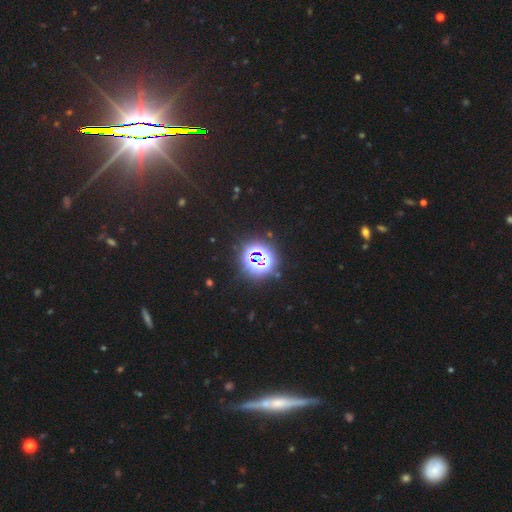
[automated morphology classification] Smooth or featured? star or artifact (79%)